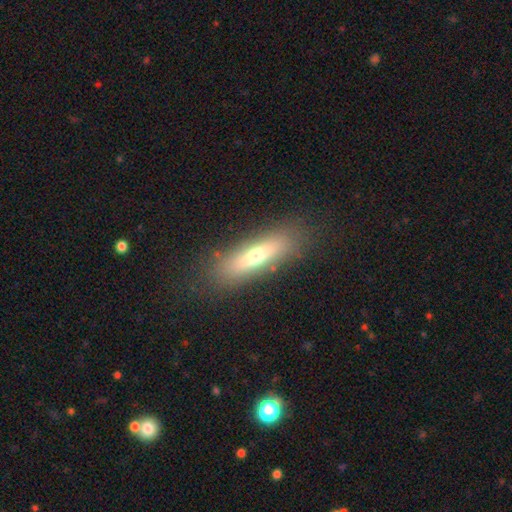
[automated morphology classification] smooth_or_featured: smooth (p=0.54) [alt: featured or disk p=0.36]
how_rounded: cigar-shaped (p=0.67) [alt: in between p=0.30]
merging: none (p=0.83) [alt: minor disturbance p=0.11]